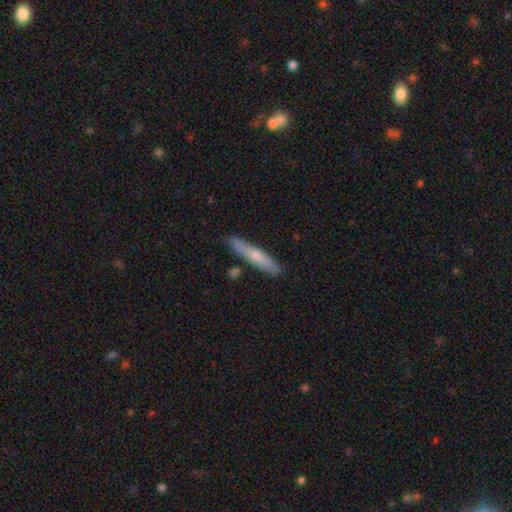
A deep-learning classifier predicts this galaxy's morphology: This is likely a smooth galaxy (60%). How rounded: clearly cigar-shaped (92%). Merging: clearly none (84%).